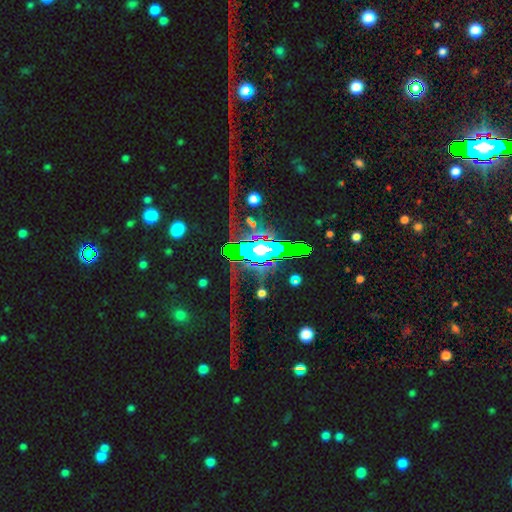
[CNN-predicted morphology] type=star or artifact (66%).